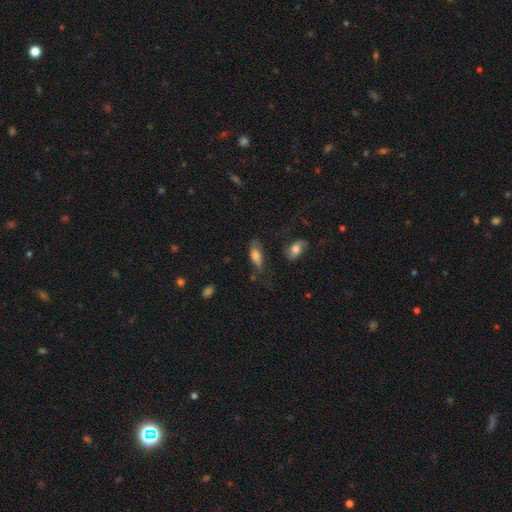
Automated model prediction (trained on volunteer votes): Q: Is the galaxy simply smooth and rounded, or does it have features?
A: smooth — 72%.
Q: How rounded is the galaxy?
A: in between — 74%.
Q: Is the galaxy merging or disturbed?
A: none — 52%.